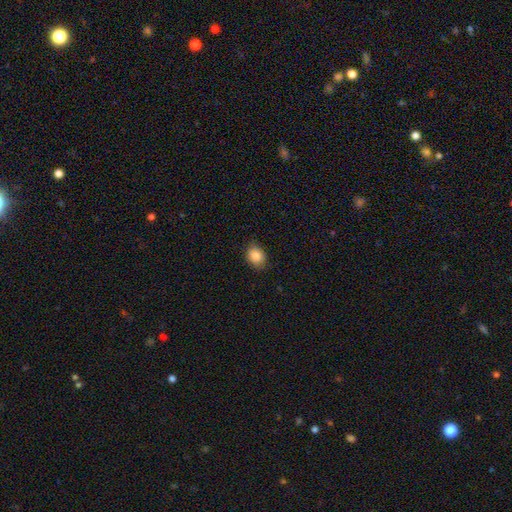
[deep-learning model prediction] A smooth galaxy with no disk features (88%) that is in between round and cigar-shaped (61%).

Vote fractions:
- Smooth or featured? smooth: 88% / star or artifact: 8% / featured or disk: 4%
- How rounded? in between: 61% / round: 38% / cigar-shaped: 1%
- Merging? none: 81% / minor disturbance: 16% / major disturbance: 3% / merger: 1%